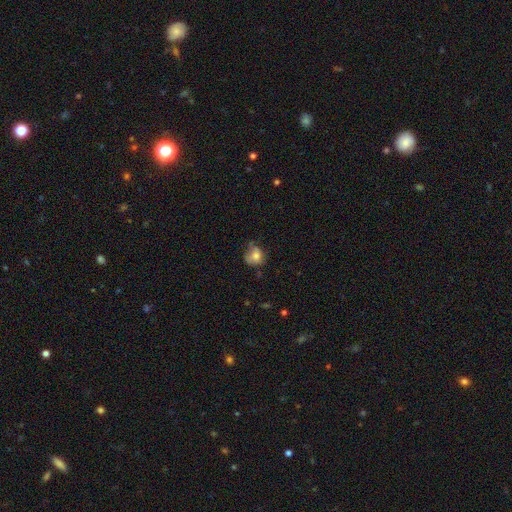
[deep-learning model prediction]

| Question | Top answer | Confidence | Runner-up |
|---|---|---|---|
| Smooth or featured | smooth | 70% | featured or disk (19%) |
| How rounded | round | 68% | in between (31%) |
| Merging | none | 45% | minor disturbance (34%) |